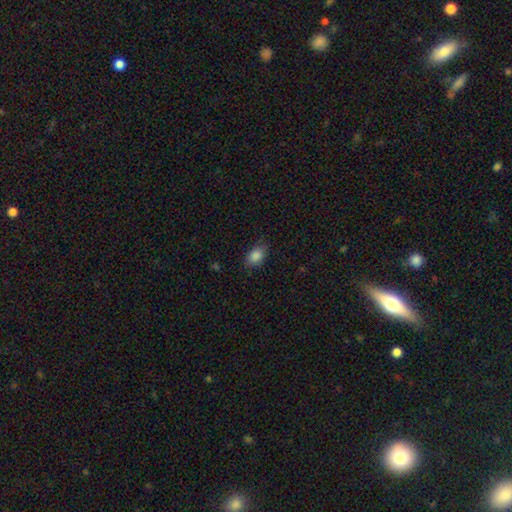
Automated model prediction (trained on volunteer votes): This is clearly a smooth galaxy (86%). How rounded: clearly in between (82%). Merging: likely none (79%).